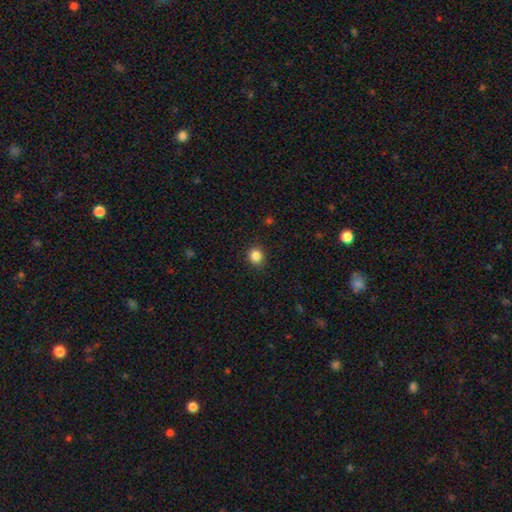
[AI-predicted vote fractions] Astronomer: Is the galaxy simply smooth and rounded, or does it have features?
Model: smooth — 85%.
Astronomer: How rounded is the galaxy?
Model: round — 83%.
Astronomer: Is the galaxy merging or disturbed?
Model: none — 90%.